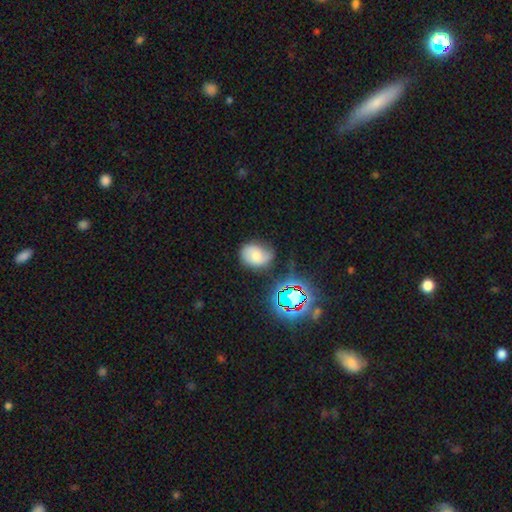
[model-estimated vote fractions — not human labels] A smooth galaxy with no disk features (57%) that is in between round and cigar-shaped (58%).

Vote fractions:
- Smooth or featured? smooth: 57% / featured or disk: 27% / star or artifact: 16%
- How rounded? in between: 58% / round: 41% / cigar-shaped: 1%
- Merging? none: 56% / minor disturbance: 30% / major disturbance: 10% / merger: 3%